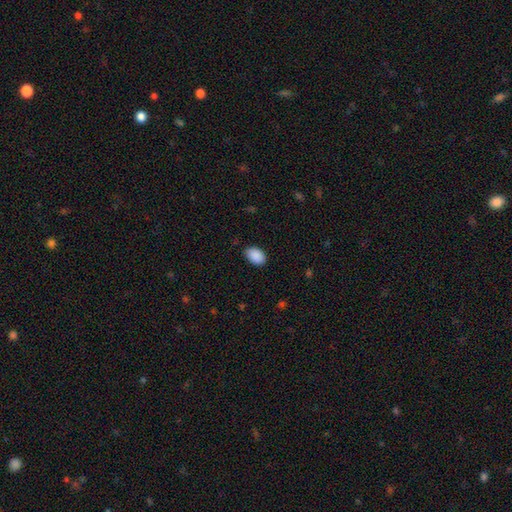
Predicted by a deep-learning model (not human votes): This is clearly a smooth galaxy (90%). How rounded: clearly in between (89%). Merging: clearly none (83%).